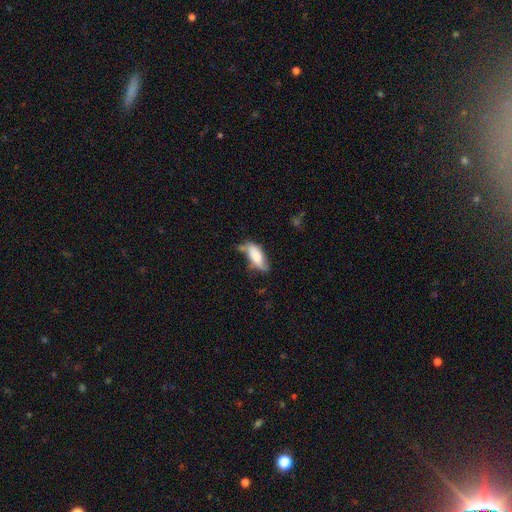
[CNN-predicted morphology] This appears to be a smooth galaxy with no disk features (68%) that is in between round and cigar-shaped (71%). Merging: none (41%).